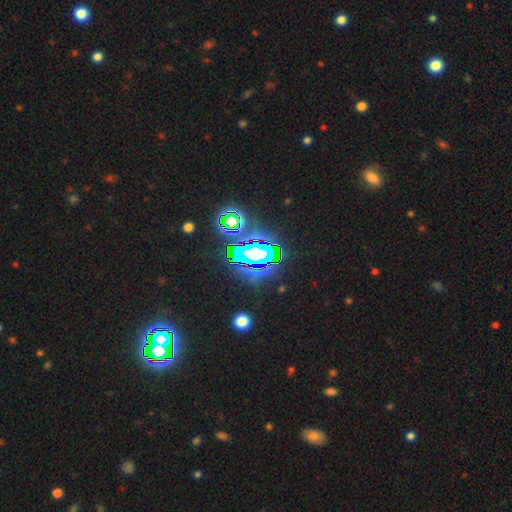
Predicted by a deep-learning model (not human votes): Smooth or featured?
  - star or artifact: 71% *
  - smooth: 15%
  - featured or disk: 14%